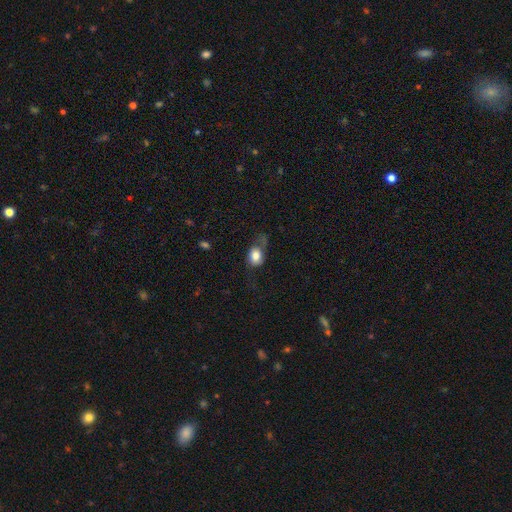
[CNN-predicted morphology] Smooth or featured? smooth (71%)
How rounded? in between (66%)
Merging? none (37%)